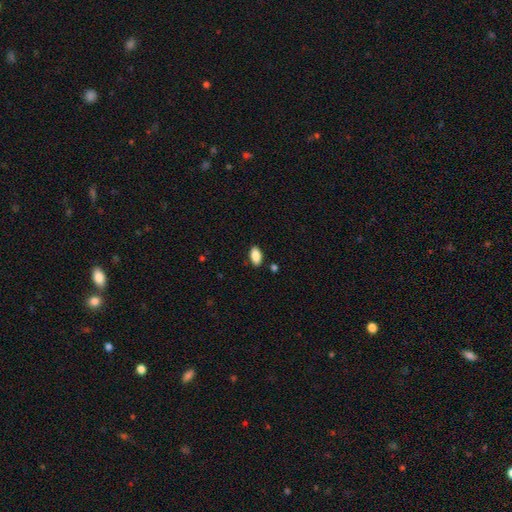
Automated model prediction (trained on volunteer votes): Morphology: type=smooth (87%); roundness=in between (92%); merging=none (87%).